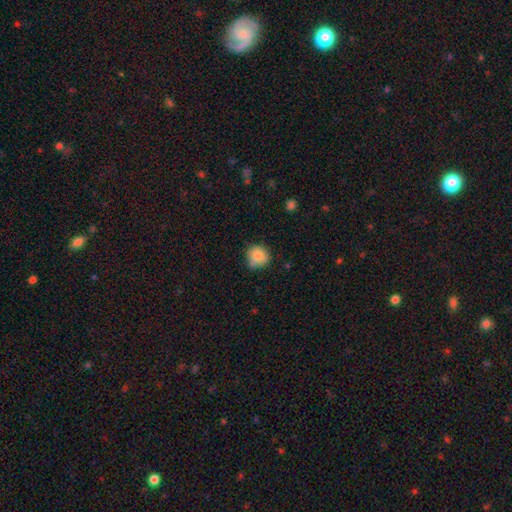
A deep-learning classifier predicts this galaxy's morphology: Smooth or featured? Predicted: smooth (p=0.84). How rounded? Predicted: round (p=0.88). Merging? Predicted: none (p=0.72).